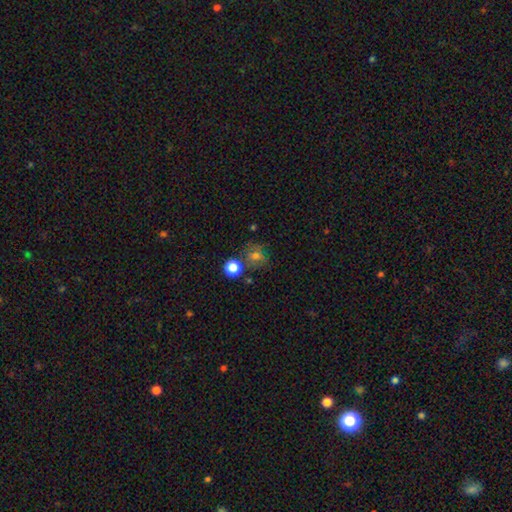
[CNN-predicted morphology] Smooth or featured? Predicted: smooth (p=0.61). How rounded? Predicted: round (p=0.79). Merging? Predicted: none (p=0.69).